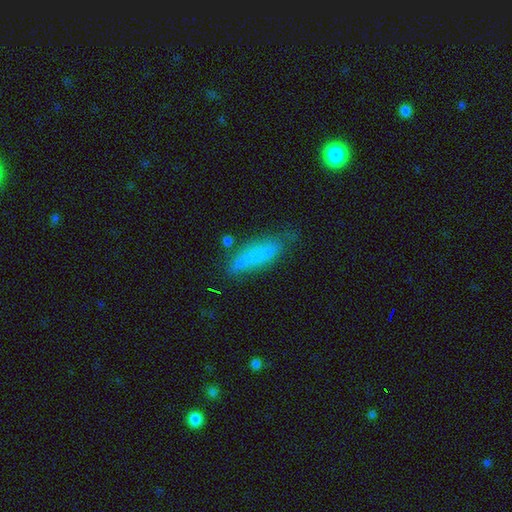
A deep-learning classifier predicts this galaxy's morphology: Smooth or featured? smooth (76%)
How rounded? cigar-shaped (67%)
Merging? none (64%)